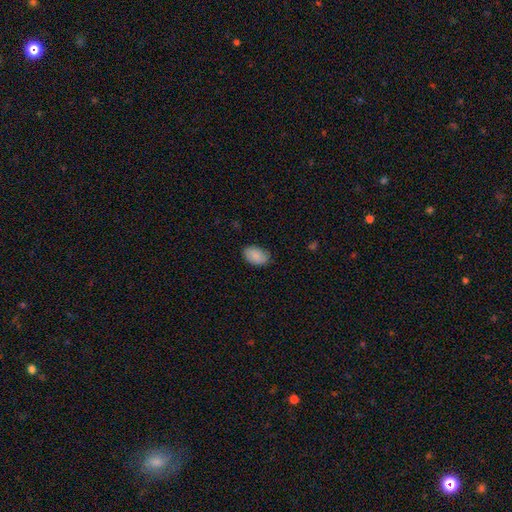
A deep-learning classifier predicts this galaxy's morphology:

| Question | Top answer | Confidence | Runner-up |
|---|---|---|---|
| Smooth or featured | smooth | 87% | star or artifact (7%) |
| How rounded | in between | 92% | round (7%) |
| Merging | none | 82% | minor disturbance (15%) |